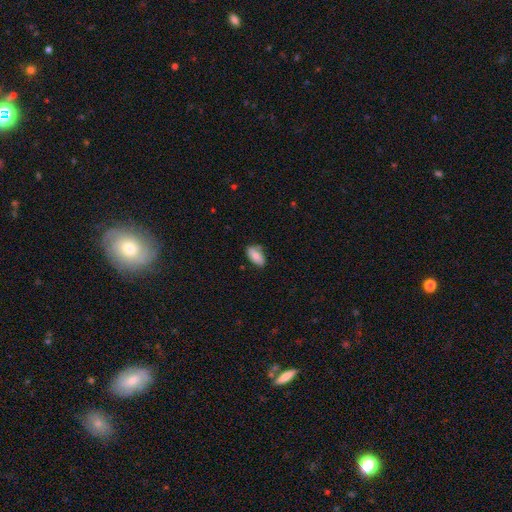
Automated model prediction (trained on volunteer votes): This appears to be a smooth galaxy with no disk features (76%) that is in between round and cigar-shaped (92%). Merging: none (75%).